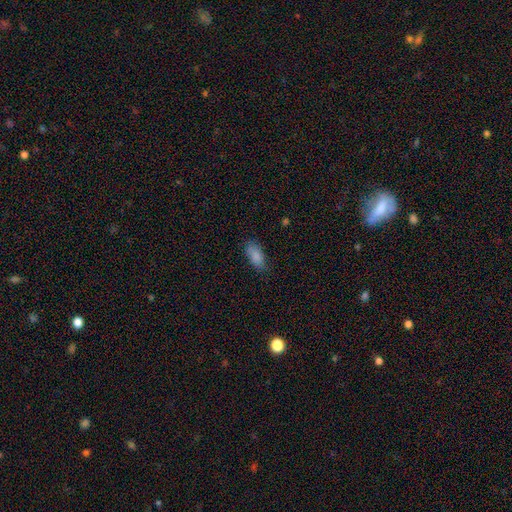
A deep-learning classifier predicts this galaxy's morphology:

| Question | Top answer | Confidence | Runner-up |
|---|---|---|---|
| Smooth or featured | smooth | 86% | star or artifact (8%) |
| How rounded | in between | 88% | cigar-shaped (10%) |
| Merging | none | 77% | minor disturbance (17%) |